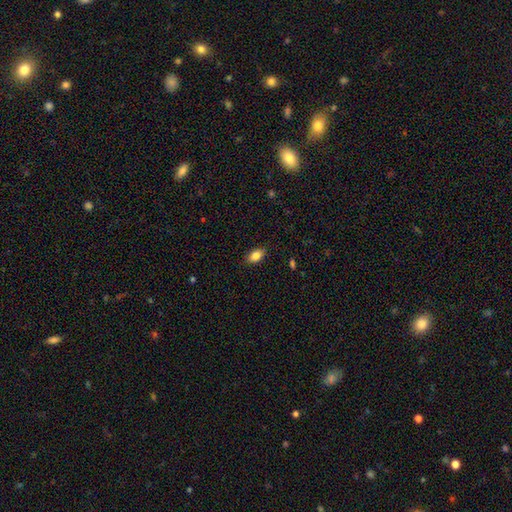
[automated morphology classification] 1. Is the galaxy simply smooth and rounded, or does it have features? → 85% smooth, 8% star or artifact, 7% featured or disk.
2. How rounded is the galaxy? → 88% in between, 9% round, 3% cigar-shaped.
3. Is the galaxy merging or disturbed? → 86% none, 11% minor disturbance, 2% major disturbance, 1% merger.